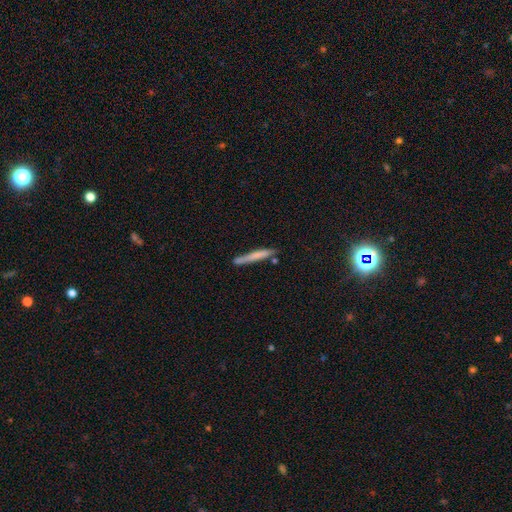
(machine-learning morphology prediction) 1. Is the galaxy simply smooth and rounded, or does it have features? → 64% smooth, 29% featured or disk, 7% star or artifact.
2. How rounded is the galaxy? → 95% cigar-shaped, 3% in between, 1% round.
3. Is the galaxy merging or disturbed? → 76% none, 16% minor disturbance, 5% merger, 3% major disturbance.